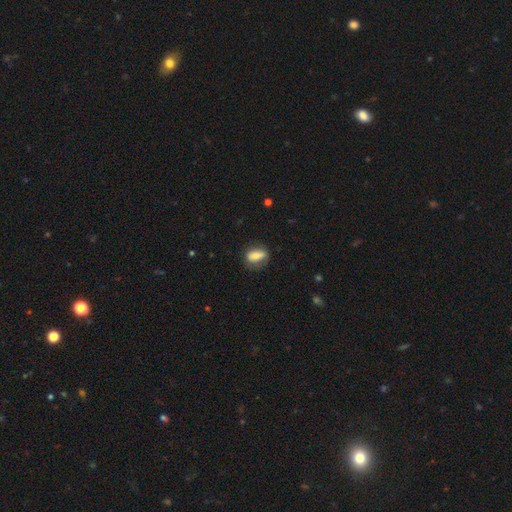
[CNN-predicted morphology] A smooth galaxy with no disk features (73%) that is in between round and cigar-shaped (76%).

Vote fractions:
- Smooth or featured? smooth: 73% / featured or disk: 19% / star or artifact: 8%
- How rounded? in between: 76% / round: 15% / cigar-shaped: 10%
- Merging? none: 67% / minor disturbance: 23% / major disturbance: 8% / merger: 2%